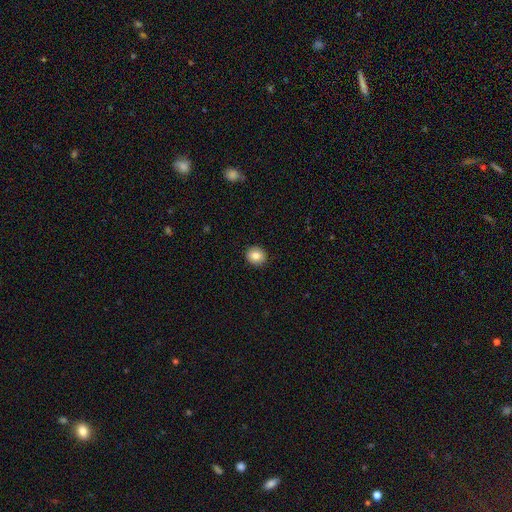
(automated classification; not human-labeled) Smooth or featured? Predicted: smooth (p=0.82). How rounded? Predicted: round (p=0.87). Merging? Predicted: none (p=0.91).